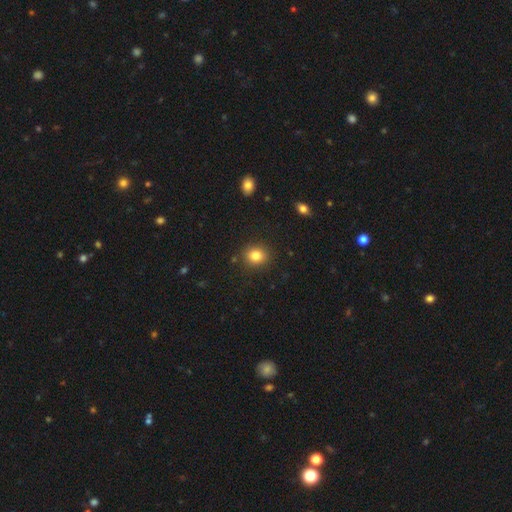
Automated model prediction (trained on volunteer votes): Overall: smooth (82%). How rounded: round (73%). Merging: none (88%).